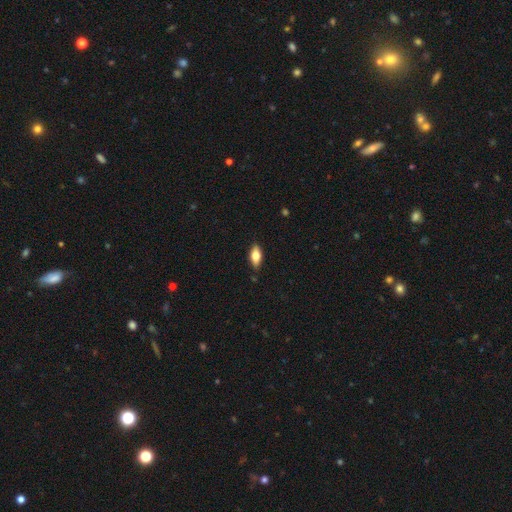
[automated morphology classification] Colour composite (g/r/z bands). It shows a smooth galaxy with no disk features (70%) that is in between round and cigar-shaped (84%). Merging: none (84%).